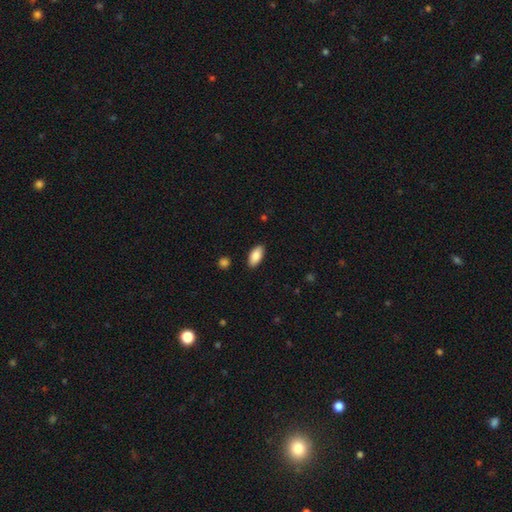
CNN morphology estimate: type=smooth (87%); roundness=in between (91%); merging=none (88%).